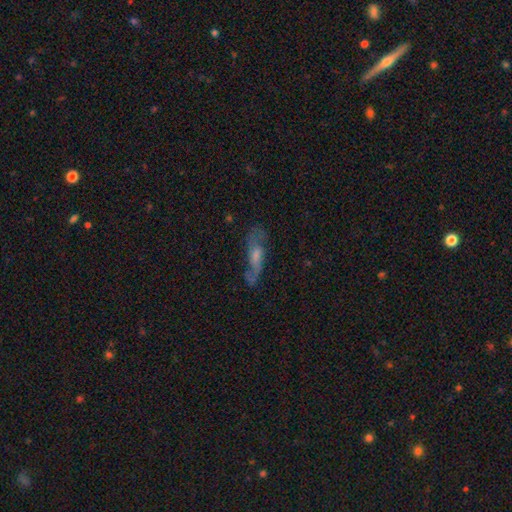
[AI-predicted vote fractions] smooth_or_featured: featured or disk (p=0.63) [alt: smooth p=0.27]
disk_edge_on: no (p=0.70) [alt: yes p=0.30]
merging: none (p=0.63) [alt: minor disturbance p=0.21]